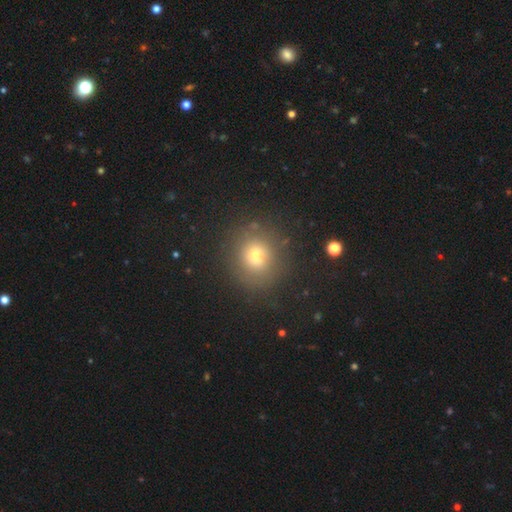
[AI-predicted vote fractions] The model was most divided on "smooth or featured": smooth: 68%, star or artifact: 22%, featured or disk: 10%. More confident: merging — none (89%); how rounded — round (85%).